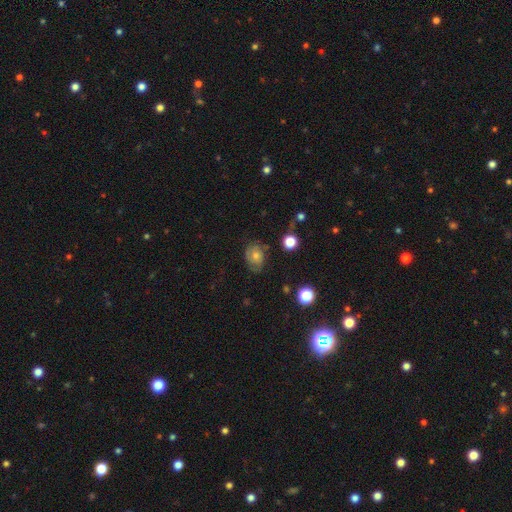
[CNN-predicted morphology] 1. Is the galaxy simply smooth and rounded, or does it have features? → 53% smooth, 32% featured or disk, 15% star or artifact.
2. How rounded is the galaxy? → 58% in between, 41% round, 1% cigar-shaped.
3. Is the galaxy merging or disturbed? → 66% none, 25% minor disturbance, 8% major disturbance, 2% merger.